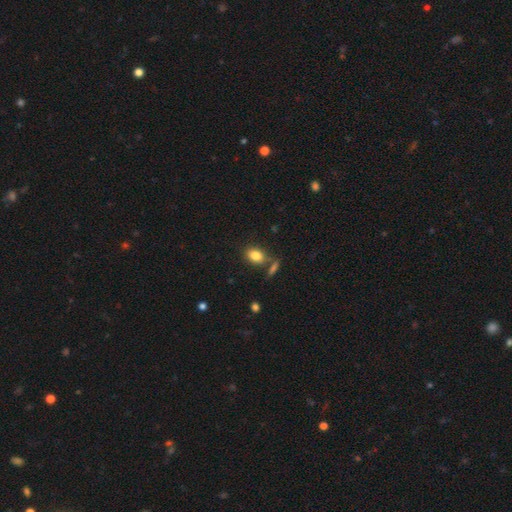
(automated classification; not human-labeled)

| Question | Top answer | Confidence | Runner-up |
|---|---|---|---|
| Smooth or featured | smooth | 83% | star or artifact (9%) |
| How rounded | in between | 78% | round (19%) |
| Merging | none | 69% | merger (14%) |